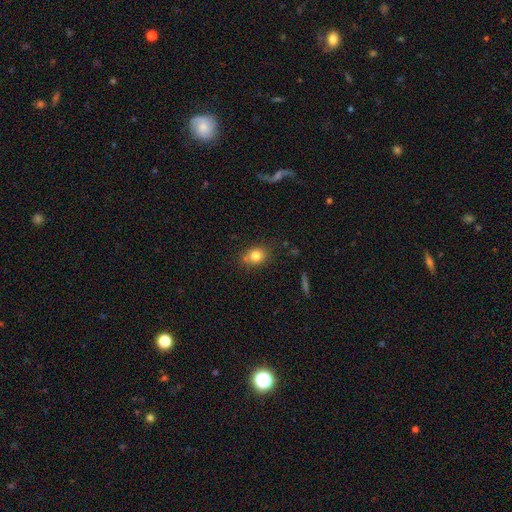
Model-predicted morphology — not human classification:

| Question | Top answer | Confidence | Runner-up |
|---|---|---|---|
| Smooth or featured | smooth | 80% | star or artifact (11%) |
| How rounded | round | 56% | in between (42%) |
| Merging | none | 71% | minor disturbance (17%) |